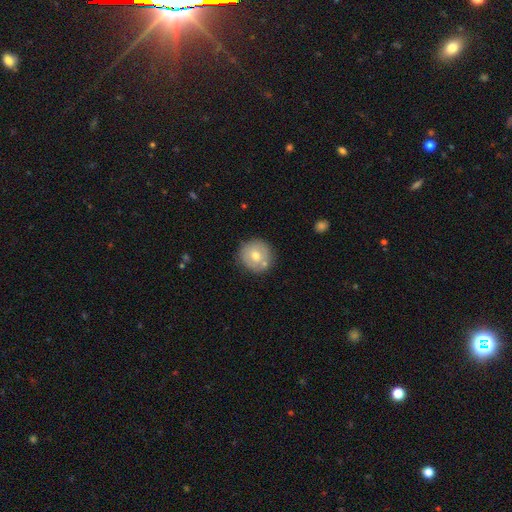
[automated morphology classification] type=smooth (65%); roundness=round (93%); merging=none (76%).